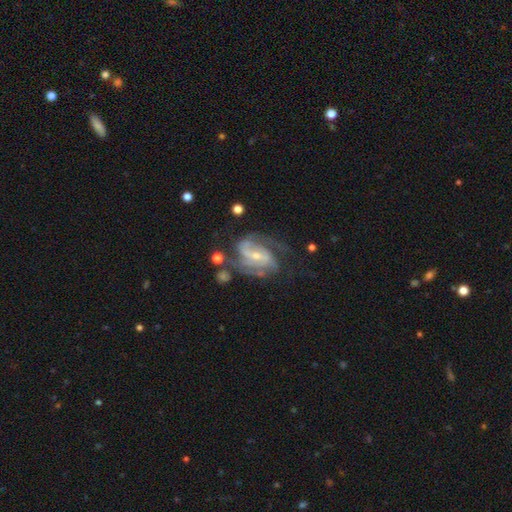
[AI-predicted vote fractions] Smooth or featured: featured or disk — 87% (smooth — 7%)
Edge-on disk: no — 97% (yes — 3%)
Bar: weak — 44% (strong — 29%)
Spiral arms: yes — 95% (no — 5%)
Spiral winding: medium — 47% (tight — 37%)
Spiral arm count: 2 — 45% (3 — 23%)
Bulge size: small — 64% (moderate — 31%)
Merging: none — 54% (minor disturbance — 21%)